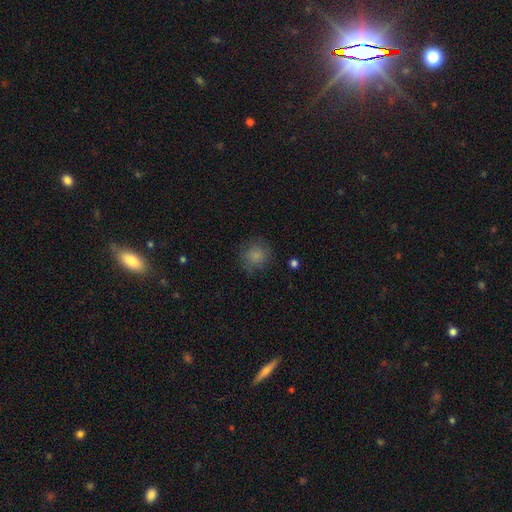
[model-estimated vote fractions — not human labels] A smooth galaxy with no disk features (82%) that is round (90%).

Vote fractions:
- Smooth or featured? smooth: 82% / star or artifact: 10% / featured or disk: 8%
- How rounded? round: 90% / in between: 10% / cigar-shaped: 1%
- Merging? none: 79% / minor disturbance: 14% / major disturbance: 5% / merger: 1%